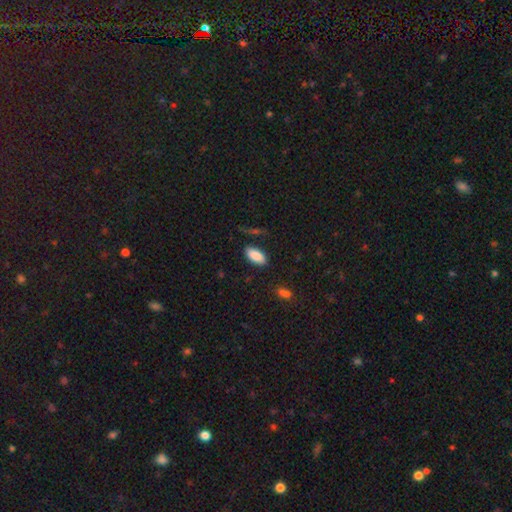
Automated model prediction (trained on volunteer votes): Smooth or featured?
  - smooth: 87% *
  - star or artifact: 7%
  - featured or disk: 6%
How rounded?
  - in between: 90% *
  - cigar-shaped: 8%
  - round: 2%
Merging?
  - none: 81% *
  - minor disturbance: 13%
  - major disturbance: 4%
  - merger: 2%